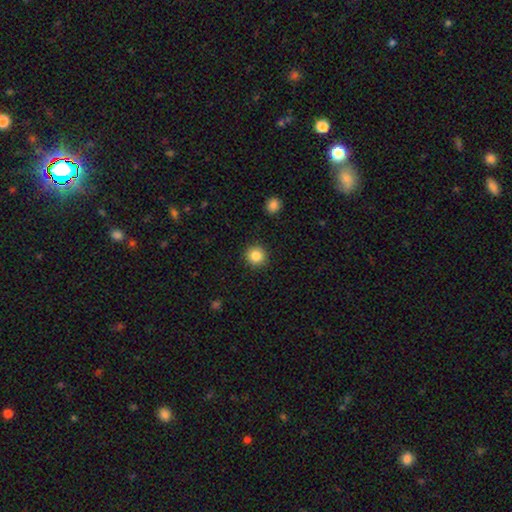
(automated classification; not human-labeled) This is clearly a smooth galaxy (85%). How rounded: clearly round (94%). Merging: clearly none (92%).